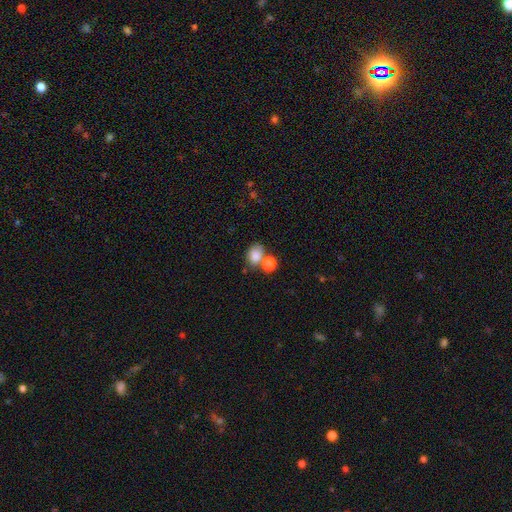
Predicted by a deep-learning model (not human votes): Overall: smooth (81%). How rounded: in between (64%; round 35%). Merging: none (47%; merger 34%).